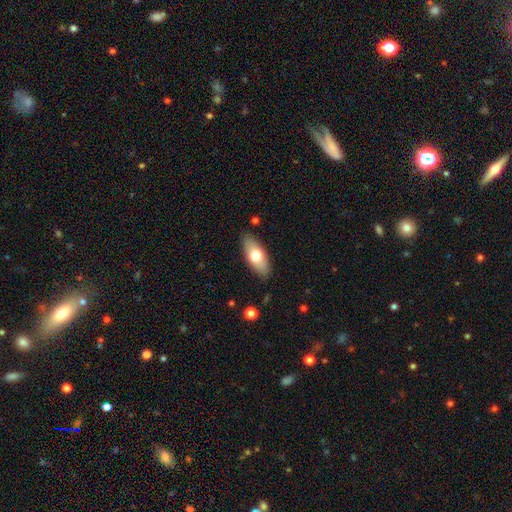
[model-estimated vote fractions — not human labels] Smooth or featured? Predicted: smooth (p=0.68). How rounded? Predicted: in between (p=0.80). Merging? Predicted: none (p=0.86).